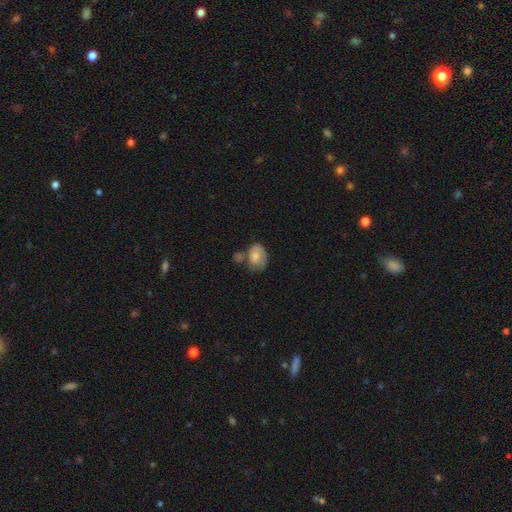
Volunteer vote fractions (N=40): Q: Smooth or featured?
A: smooth (82%); runner-up: featured or disk (18%)
Q: How rounded?
A: in between (55%); runner-up: round (42%)
Q: Merging?
A: merger (35%); runner-up: minor disturbance (30%)